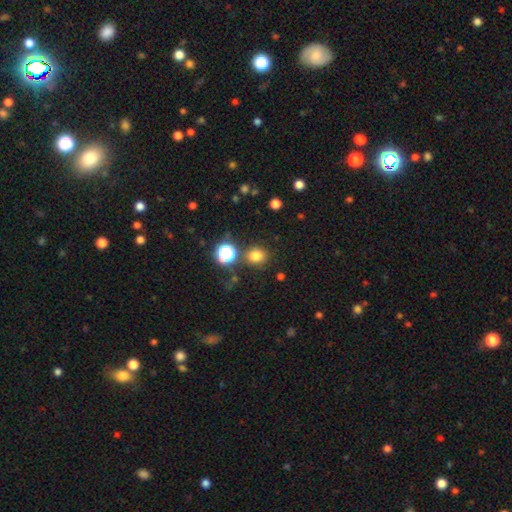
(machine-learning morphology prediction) This is likely a smooth galaxy (75%). How rounded: likely round (75%). Merging: likely none (80%).